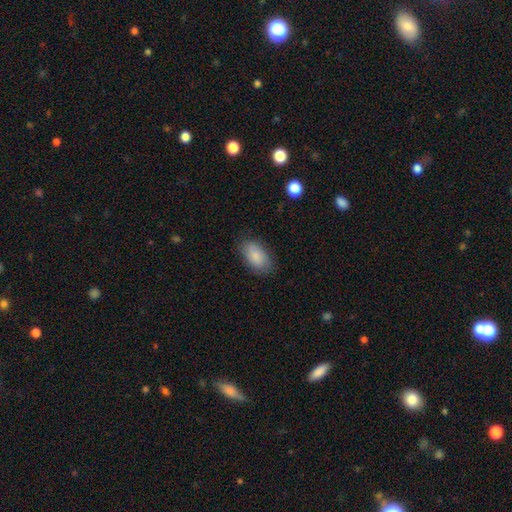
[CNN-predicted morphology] Smooth or featured? Predicted: smooth (p=0.87). How rounded? Predicted: in between (p=0.93). Merging? Predicted: none (p=0.82).